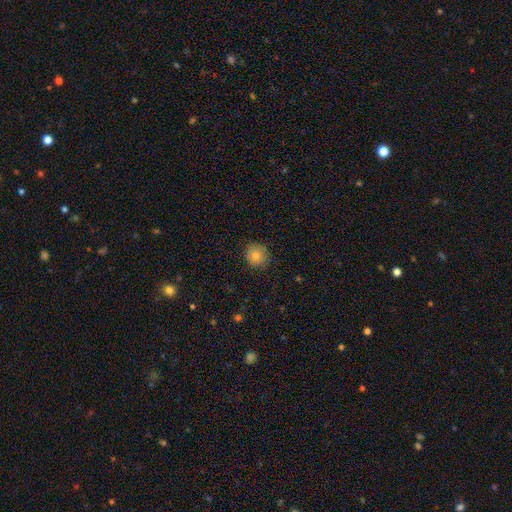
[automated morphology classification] Smooth or featured: smooth — 79% (star or artifact — 11%)
How rounded: round — 88% (in between — 11%)
Merging: none — 87% (minor disturbance — 10%)